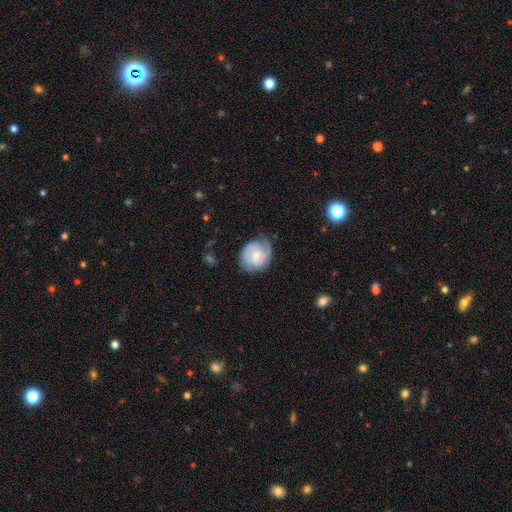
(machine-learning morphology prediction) A featured or disk galaxy (59%) with a weak bar (46%), spiral arms (82%) and a small central bulge (45%).

Vote fractions:
- Smooth or featured? featured or disk: 59% / smooth: 35% / star or artifact: 6%
- Edge-on disk? no: 97% / yes: 3%
- Bar? weak: 46% / no: 44% / strong: 10%
- Spiral arms? yes: 82% / no: 18%
- Bulge size? small: 45% / moderate: 43% / none: 7% / large: 4% / dominant: 1%
- Merging? none: 58% / minor disturbance: 28% / major disturbance: 12% / merger: 2%